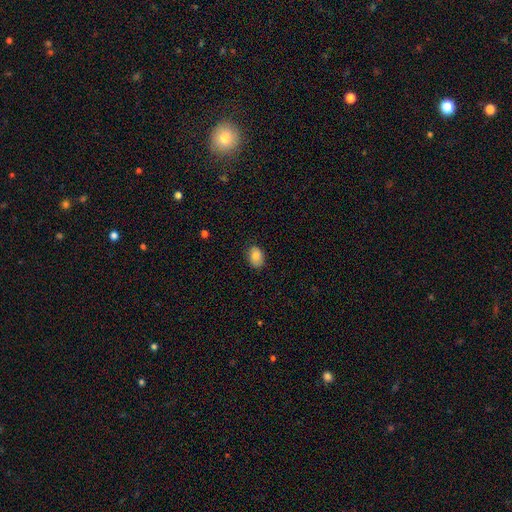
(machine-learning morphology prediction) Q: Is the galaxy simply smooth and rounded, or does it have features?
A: smooth — 83%.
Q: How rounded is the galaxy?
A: in between — 80%.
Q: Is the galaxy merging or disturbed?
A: none — 82%.